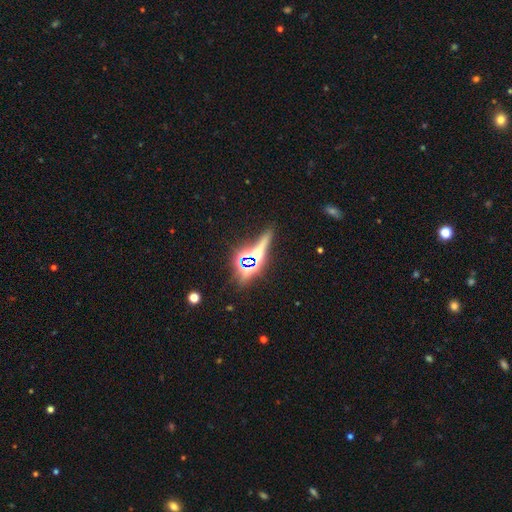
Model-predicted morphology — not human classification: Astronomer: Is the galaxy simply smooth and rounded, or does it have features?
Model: star or artifact — 46% (runner-up: smooth, 32%).